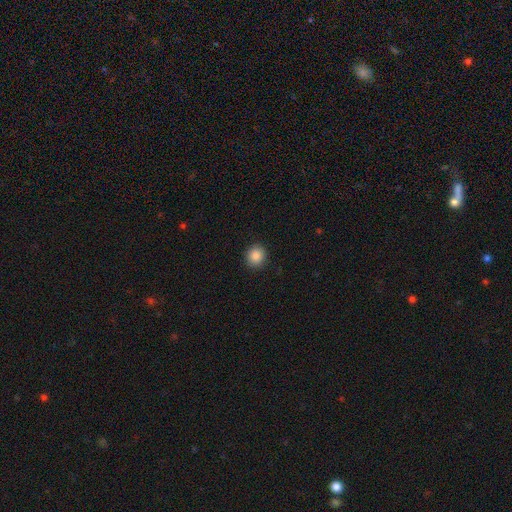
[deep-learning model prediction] smooth-or-featured: smooth: 87% | star or artifact: 9% | featured or disk: 4%
  how-rounded: round: 83% | in between: 16% | cigar-shaped: 1%
  merging: none: 91% | minor disturbance: 6% | major disturbance: 2% | merger: 1%